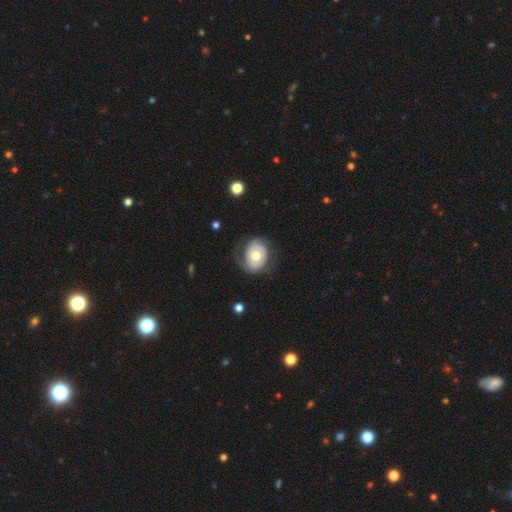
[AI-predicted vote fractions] This appears to be a smooth galaxy with no disk features (47%, tied with featured or disk). Merging: none (61%).